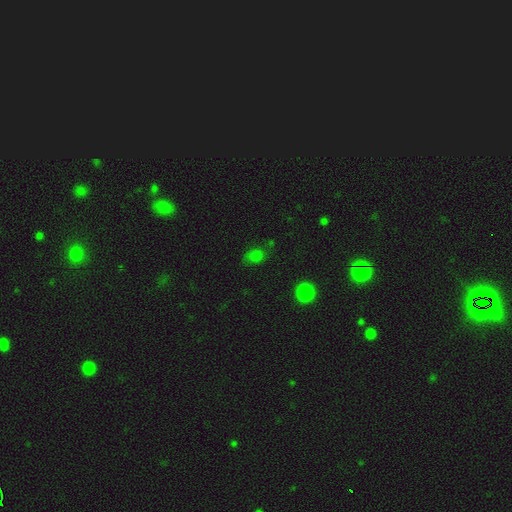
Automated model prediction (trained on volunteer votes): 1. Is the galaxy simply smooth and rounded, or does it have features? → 70% smooth, 23% star or artifact, 6% featured or disk.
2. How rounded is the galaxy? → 68% in between, 30% round, 2% cigar-shaped.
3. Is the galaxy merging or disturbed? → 67% none, 22% minor disturbance, 8% major disturbance, 3% merger.